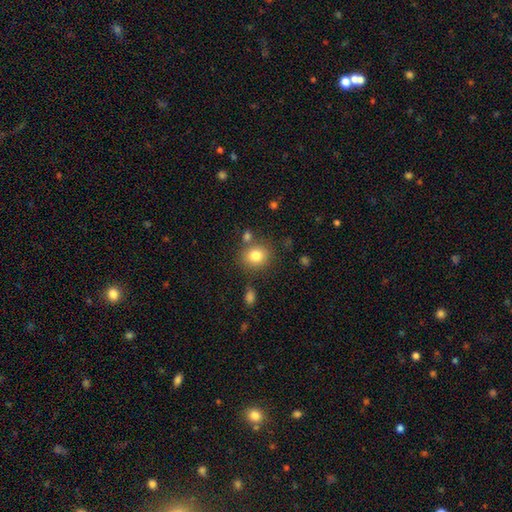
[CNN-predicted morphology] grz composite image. It shows a smooth galaxy with no disk features (81%) that is round (76%). Merging: none (76%).